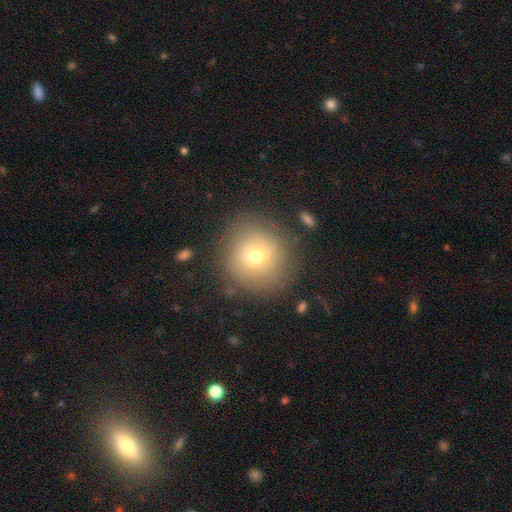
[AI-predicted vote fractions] smooth_or_featured: smooth (p=0.70) [alt: featured or disk p=0.17]
how_rounded: round (p=0.93) [alt: in between p=0.06]
merging: none (p=0.83) [alt: minor disturbance p=0.10]